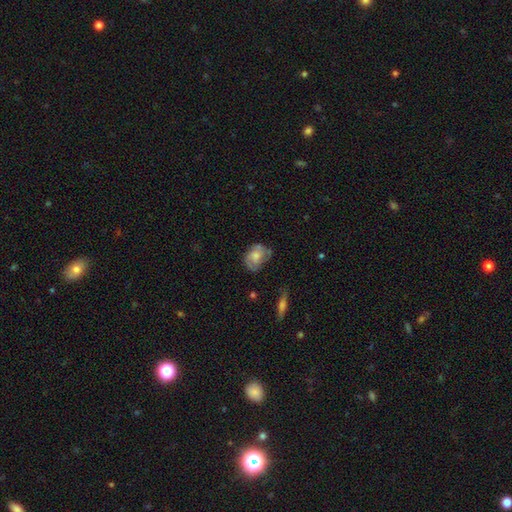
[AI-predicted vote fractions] Morphology: type=featured or disk (51%); edge-on=no (95%); merging=none (54%).